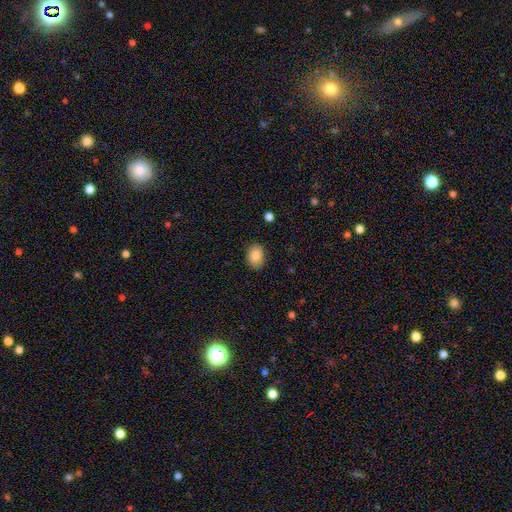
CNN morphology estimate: smooth 86%, star or artifact 8%, featured or disk 6%. Down the decision tree: how rounded — in between (73%); merging — none (86%).